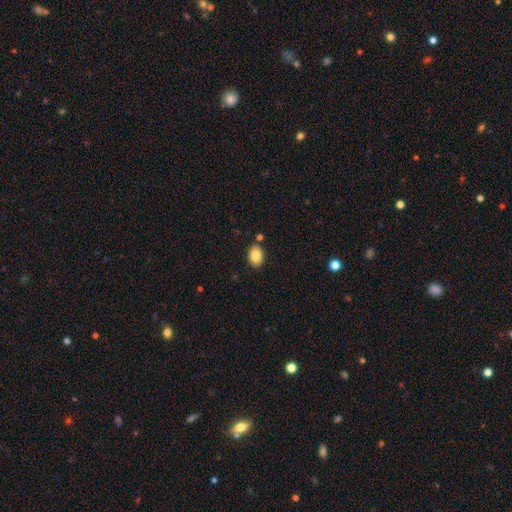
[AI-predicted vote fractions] smooth-or-featured: smooth: 86% | star or artifact: 8% | featured or disk: 7%
  how-rounded: in between: 82% | round: 17% | cigar-shaped: 1%
  merging: none: 84% | minor disturbance: 10% | merger: 4% | major disturbance: 2%